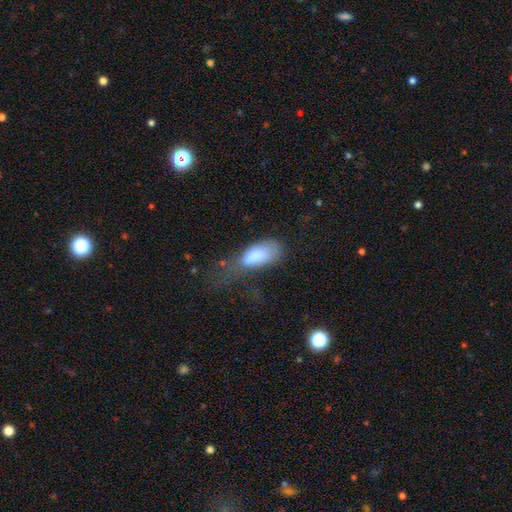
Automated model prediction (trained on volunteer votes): Smooth or featured?
  - smooth: 79% *
  - featured or disk: 13%
  - star or artifact: 8%
How rounded?
  - in between: 86% *
  - cigar-shaped: 11%
  - round: 3%
Merging?
  - major disturbance: 51% *
  - minor disturbance: 26%
  - none: 17%
  - merger: 6%